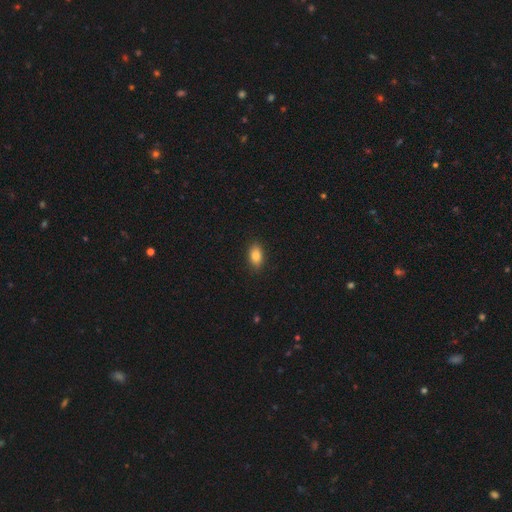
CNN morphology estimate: smooth 85%, star or artifact 8%, featured or disk 6%. Down the decision tree: how rounded — in between (88%); merging — none (87%).